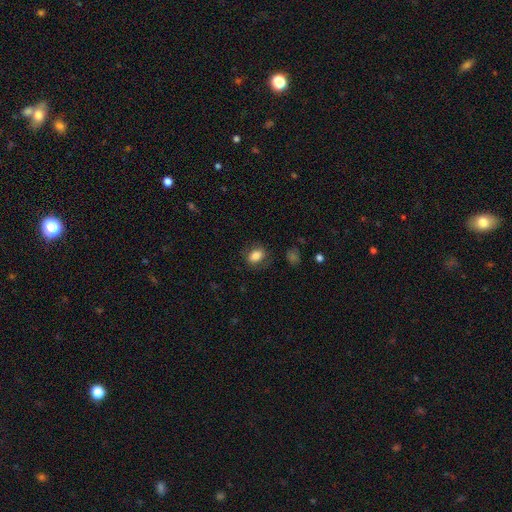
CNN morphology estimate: Smooth or featured? smooth (82%)
How rounded? in between (74%)
Merging? none (79%)